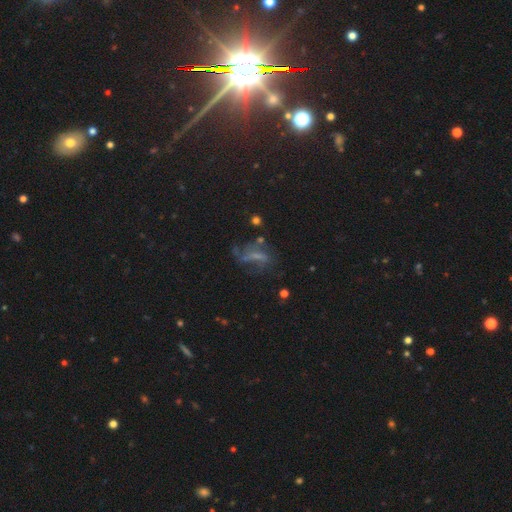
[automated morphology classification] This appears to be a featured or disk galaxy (46%). Merging: none (42%).